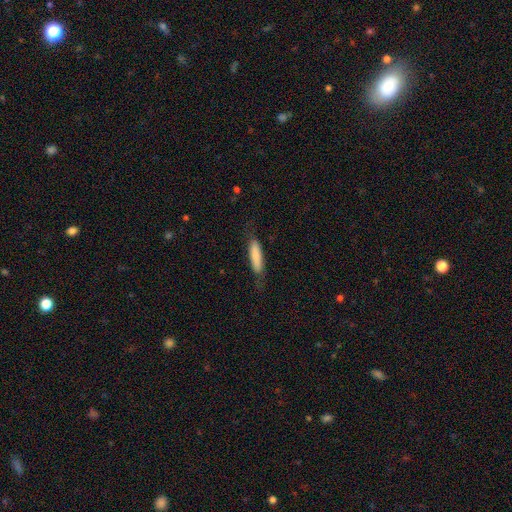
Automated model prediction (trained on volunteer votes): Smooth or featured? Predicted: smooth (p=0.77). How rounded? Predicted: cigar-shaped (p=0.71). Merging? Predicted: none (p=0.74).